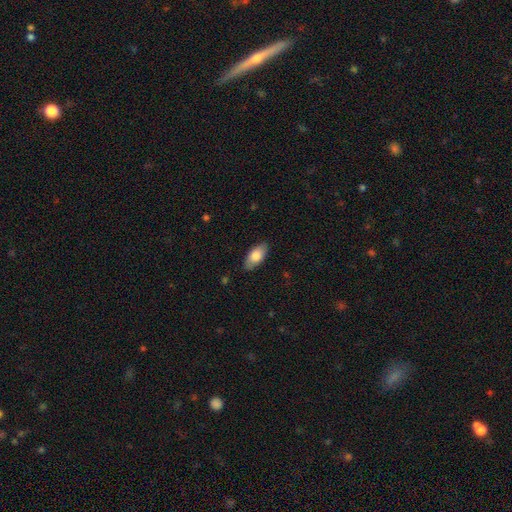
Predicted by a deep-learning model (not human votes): Overall: smooth (78%). How rounded: in between (91%). Merging: none (85%).